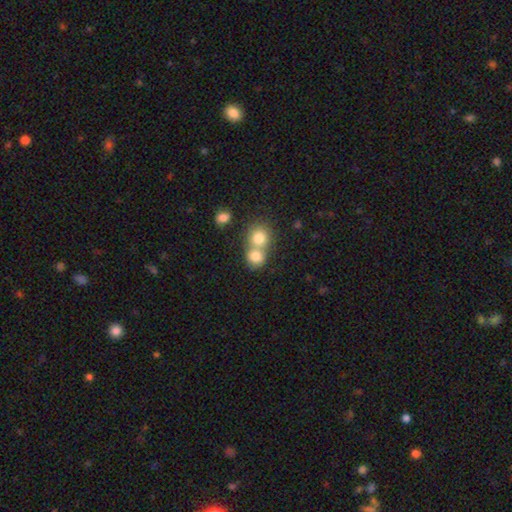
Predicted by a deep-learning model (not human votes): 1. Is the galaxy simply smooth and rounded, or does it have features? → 79% smooth, 11% featured or disk, 10% star or artifact.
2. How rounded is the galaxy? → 78% round, 21% in between, 1% cigar-shaped.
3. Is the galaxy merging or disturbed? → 62% merger, 31% none, 5% minor disturbance, 2% major disturbance.